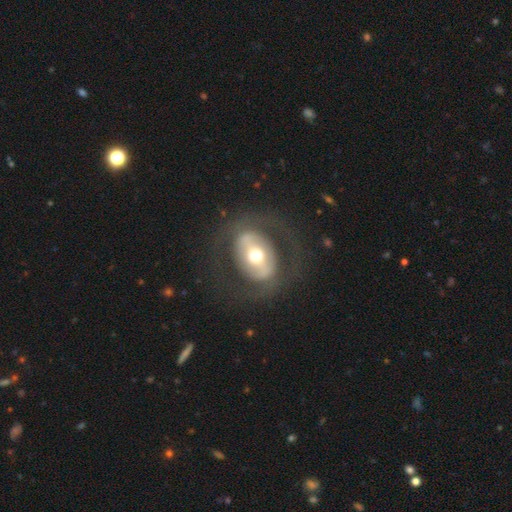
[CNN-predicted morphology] smooth_or_featured: featured or disk (p=0.60) [alt: smooth p=0.33]
disk_edge_on: no (p=0.93) [alt: yes p=0.07]
bar: strong (p=0.37) [alt: no p=0.36]
has_spiral_arms: no (p=0.72) [alt: yes p=0.28]
bulge_size: moderate (p=0.68) [alt: large p=0.18]
merging: none (p=0.73) [alt: major disturbance p=0.14]